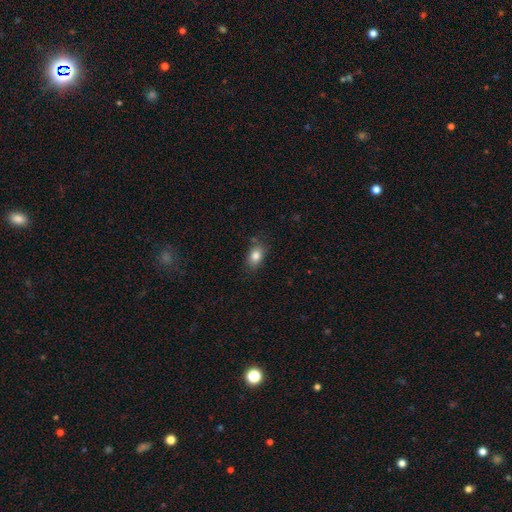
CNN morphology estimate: This appears to be a smooth galaxy with no disk features (83%) that is in between round and cigar-shaped (79%). Merging: none (76%).